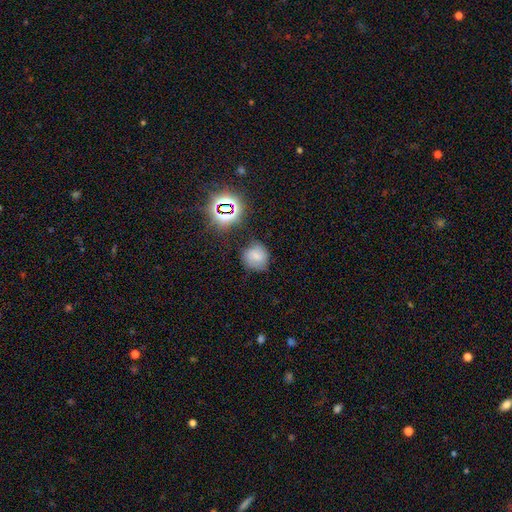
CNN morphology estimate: Smooth or featured: smooth — 65% (star or artifact — 19%)
How rounded: round — 82% (in between — 17%)
Merging: none — 68% (minor disturbance — 22%)